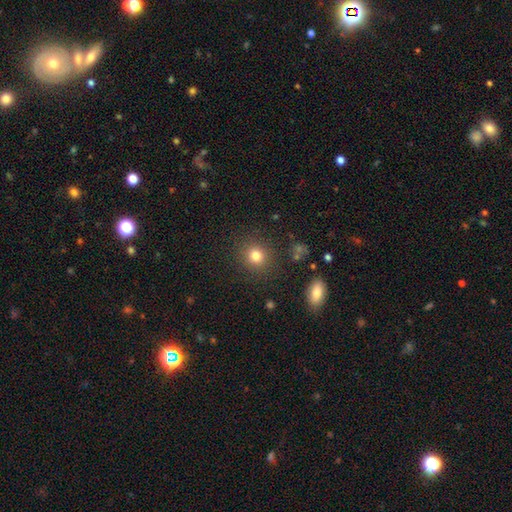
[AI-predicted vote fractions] smooth_or_featured: smooth (p=0.80) [alt: star or artifact p=0.13]
how_rounded: round (p=0.88) [alt: in between p=0.11]
merging: none (p=0.88) [alt: minor disturbance p=0.07]